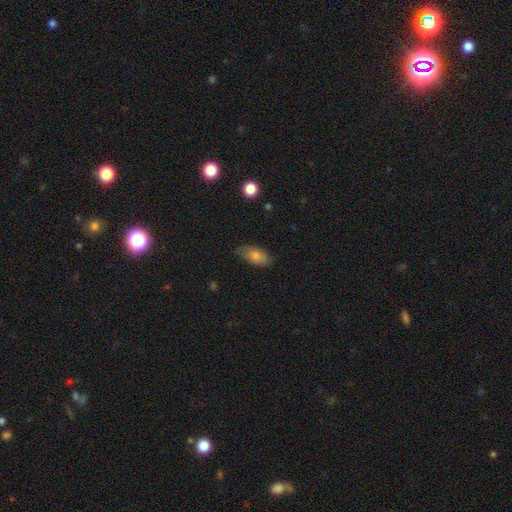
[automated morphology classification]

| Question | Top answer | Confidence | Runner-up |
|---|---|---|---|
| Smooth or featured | smooth | 74% | featured or disk (18%) |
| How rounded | in between | 89% | cigar-shaped (7%) |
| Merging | none | 76% | minor disturbance (19%) |